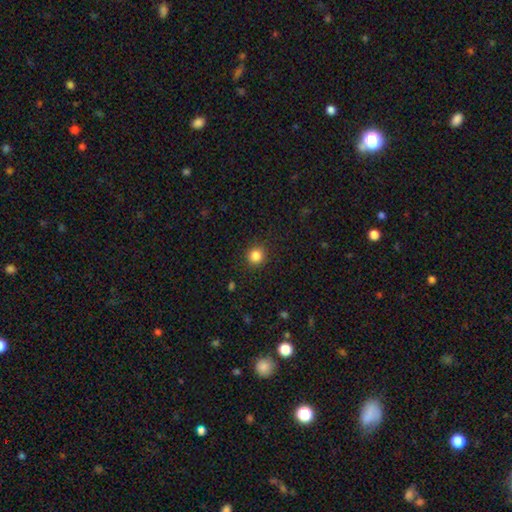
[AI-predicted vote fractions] The model was most divided on "smooth or featured": smooth: 84%, star or artifact: 11%, featured or disk: 4%. More confident: how rounded — round (92%); merging — none (90%).